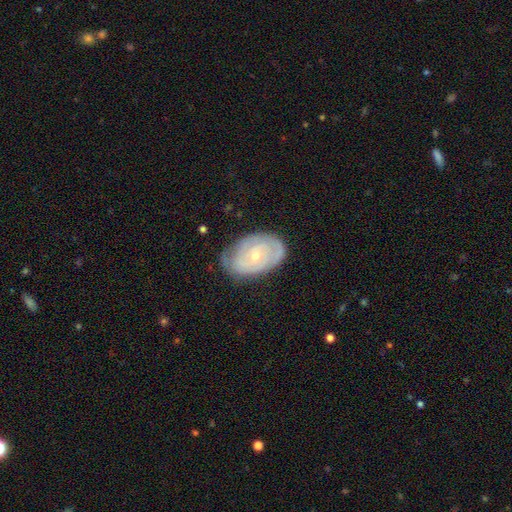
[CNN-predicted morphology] This appears to be a featured or disk galaxy (72%) with no bar (77%), tight (72%) spiral arms (84%) and a small central bulge (72%). Merging: none (67%).